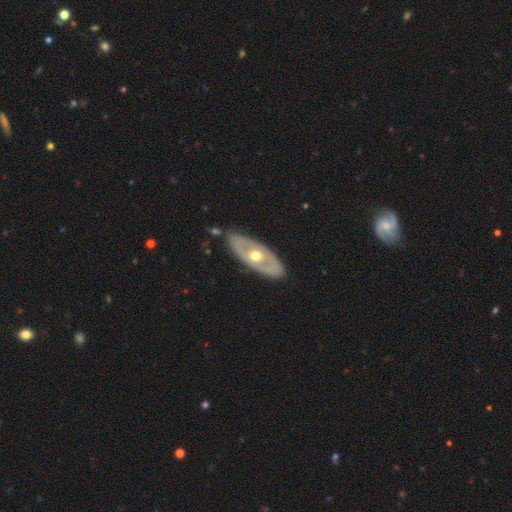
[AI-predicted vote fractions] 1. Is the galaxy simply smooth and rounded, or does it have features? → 65% featured or disk, 31% smooth, 4% star or artifact.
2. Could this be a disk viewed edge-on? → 79% no, 21% yes.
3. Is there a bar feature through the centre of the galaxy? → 88% no, 9% weak, 3% strong.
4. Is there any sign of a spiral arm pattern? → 82% no, 18% yes.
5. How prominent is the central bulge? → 78% moderate, 12% small, 9% large, 1% dominant, 1% none.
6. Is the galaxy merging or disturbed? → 82% none, 13% minor disturbance, 3% major disturbance, 2% merger.